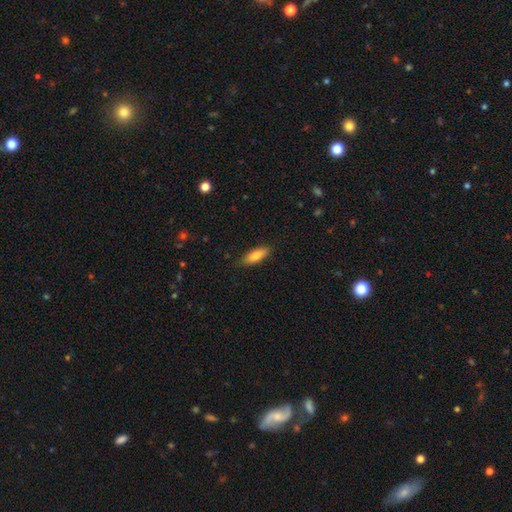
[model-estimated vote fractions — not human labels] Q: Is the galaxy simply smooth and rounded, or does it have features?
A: smooth — 82%.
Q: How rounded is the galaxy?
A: in between — 64%.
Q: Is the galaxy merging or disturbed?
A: none — 84%.